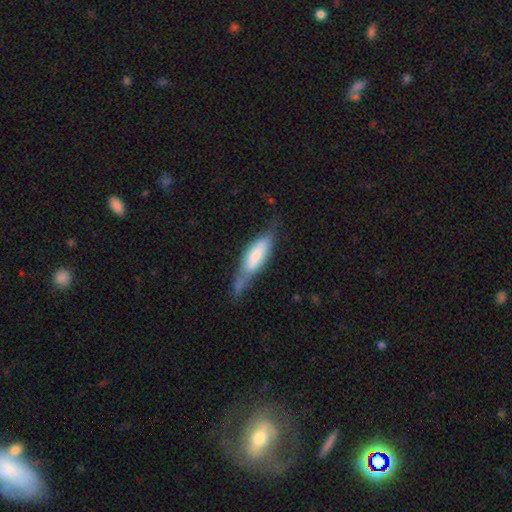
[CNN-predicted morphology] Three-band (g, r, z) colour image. It shows a smooth galaxy with no disk features (50%) that is cigar-shaped (55%). Merging: none (51%).